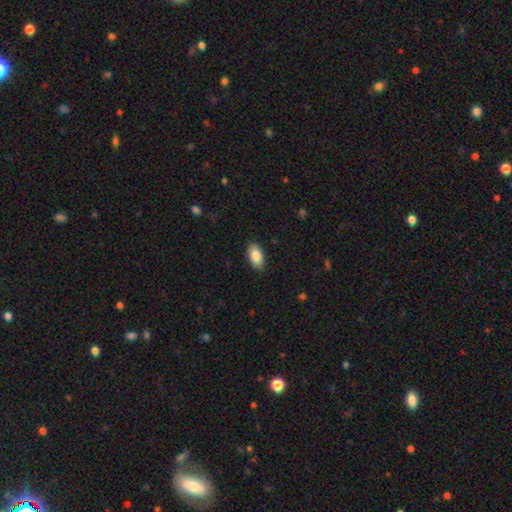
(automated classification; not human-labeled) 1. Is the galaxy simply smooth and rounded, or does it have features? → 85% smooth, 8% featured or disk, 7% star or artifact.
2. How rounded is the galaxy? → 94% in between, 4% round, 3% cigar-shaped.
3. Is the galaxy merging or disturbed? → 88% none, 9% minor disturbance, 2% major disturbance, 1% merger.